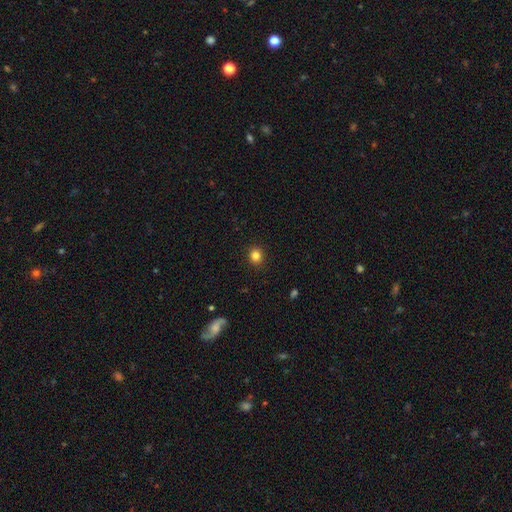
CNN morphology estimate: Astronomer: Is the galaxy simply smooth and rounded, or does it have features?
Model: smooth — 83%.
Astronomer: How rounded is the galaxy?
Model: round — 84%.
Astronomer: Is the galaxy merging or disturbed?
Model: none — 92%.